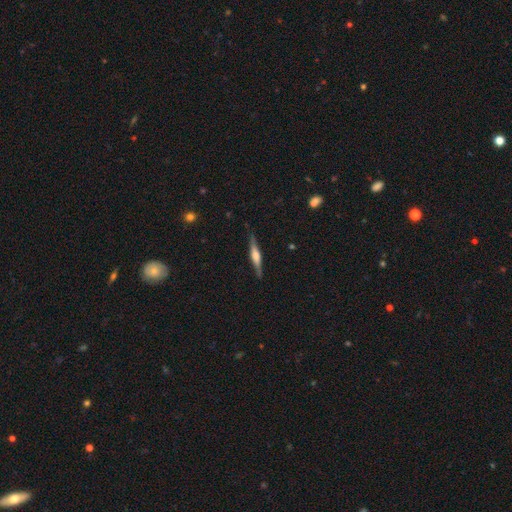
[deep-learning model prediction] Smooth or featured: featured or disk — 69% (smooth — 25%)
Edge-on disk: yes — 97% (no — 3%)
Edge-on bulge: rounded — 67% (boxy — 26%)
Merging: none — 87% (minor disturbance — 10%)